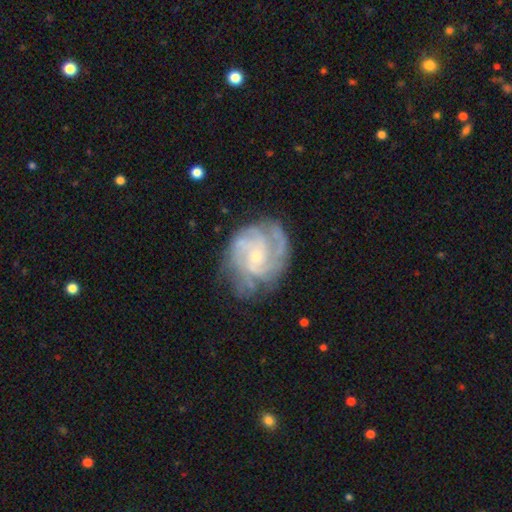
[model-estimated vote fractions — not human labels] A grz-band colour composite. It shows a featured or disk galaxy (86%) with no bar (69%), tight (57%) spiral arms (95%) and a small central bulge (69%). Merging: none (68%).